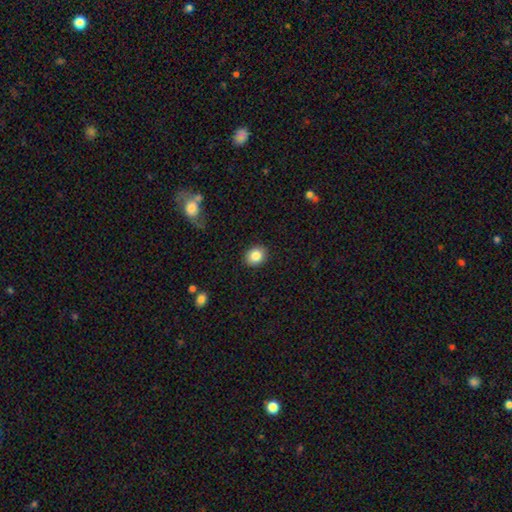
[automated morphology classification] smooth_or_featured: smooth (p=0.85) [alt: star or artifact p=0.09]
how_rounded: round (p=0.61) [alt: in between p=0.38]
merging: none (p=0.90) [alt: minor disturbance p=0.07]